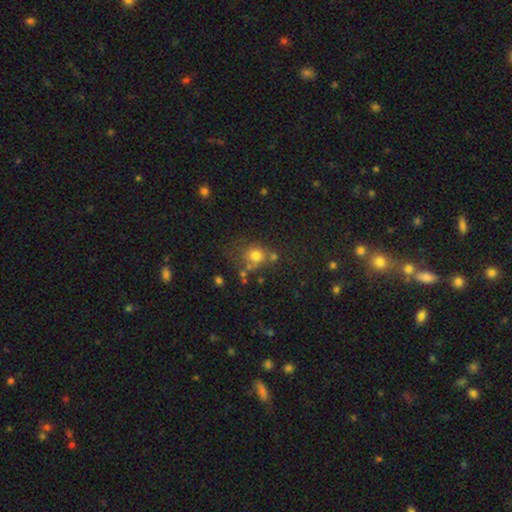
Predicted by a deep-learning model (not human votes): Overall: smooth (70%). How rounded: round (71%). Merging: none (52%; minor disturbance 19%).